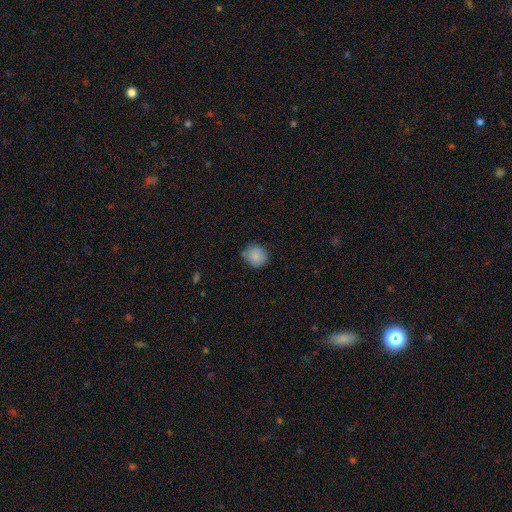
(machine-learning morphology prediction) smooth-or-featured: smooth: 87% | star or artifact: 9% | featured or disk: 5%
  how-rounded: round: 88% | in between: 11% | cigar-shaped: 1%
  merging: none: 79% | minor disturbance: 15% | major disturbance: 3% | merger: 3%